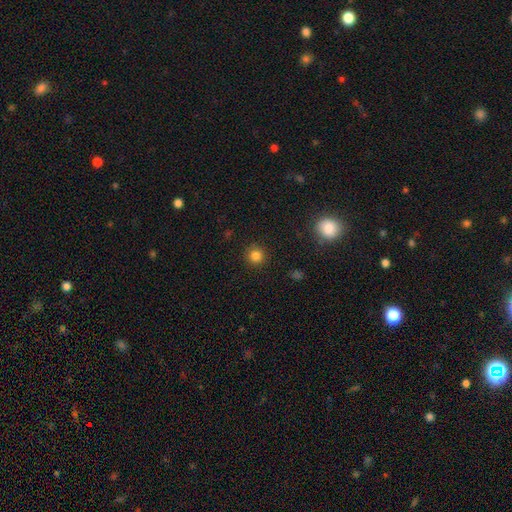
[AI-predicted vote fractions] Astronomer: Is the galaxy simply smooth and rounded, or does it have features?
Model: smooth — 83%.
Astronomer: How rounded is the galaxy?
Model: round — 94%.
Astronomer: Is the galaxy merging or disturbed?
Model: none — 91%.